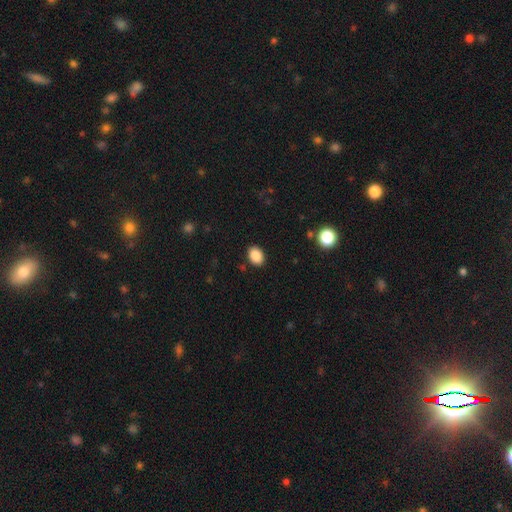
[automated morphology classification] This appears to be a smooth galaxy with no disk features (88%) that is in between round and cigar-shaped (74%). Merging: none (88%).